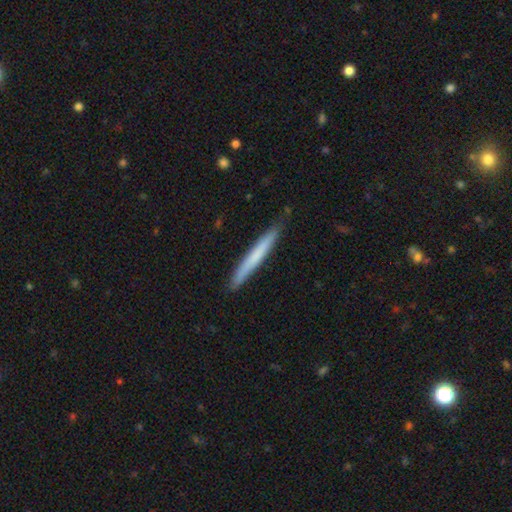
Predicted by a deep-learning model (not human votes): Morphology: type=smooth (63%); roundness=cigar-shaped (97%); merging=none (88%).